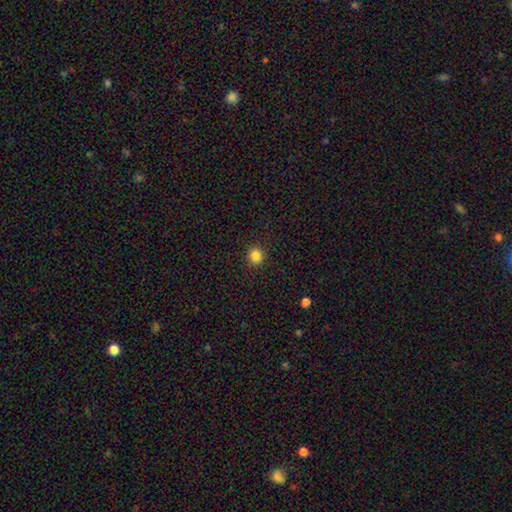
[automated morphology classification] Smooth or featured: smooth — 84% (star or artifact — 12%)
How rounded: round — 91% (in between — 8%)
Merging: none — 91% (minor disturbance — 6%)